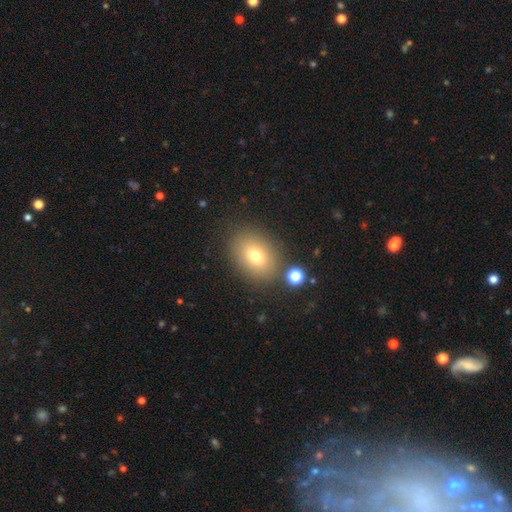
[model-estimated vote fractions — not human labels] This appears to be a smooth galaxy with no disk features (73%) that is in between round and cigar-shaped (73%). Merging: none (80%).